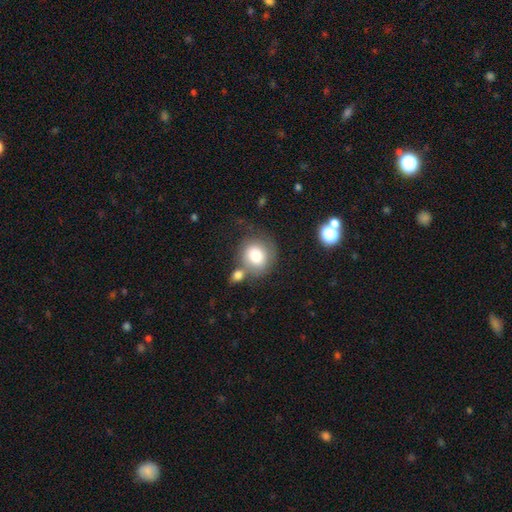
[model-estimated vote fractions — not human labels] smooth 76%, featured or disk 15%, star or artifact 8%. Down the decision tree: how rounded — round (78%); merging — none (55%).